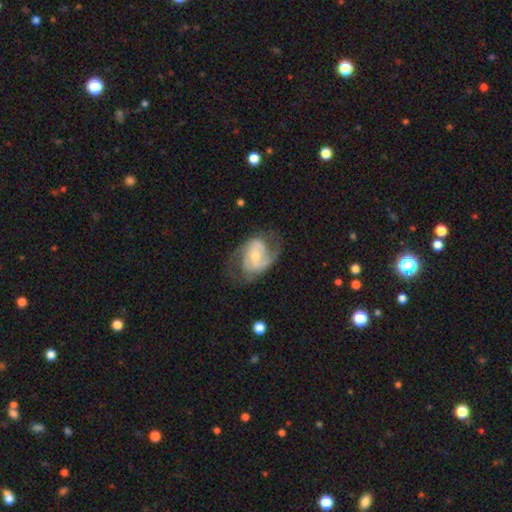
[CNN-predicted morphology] Overall: featured or disk (76%). Edge-on disk: no (97%). Bar: weak (43%; no 41%). Spiral arms: yes (87%). Spiral arm count: 2 (67%). Spiral winding: medium (47%; tight 28%). Bulge size: moderate (50%; small 42%). Merging: none (55%; minor disturbance 22%).